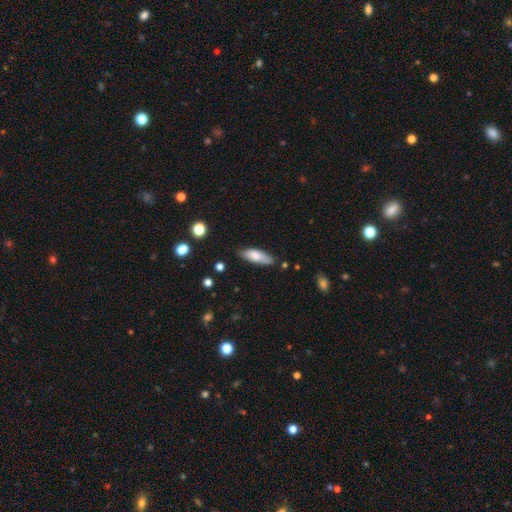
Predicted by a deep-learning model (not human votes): This is likely a smooth galaxy (76%). How rounded: possibly in between (54%). Merging: likely none (79%).